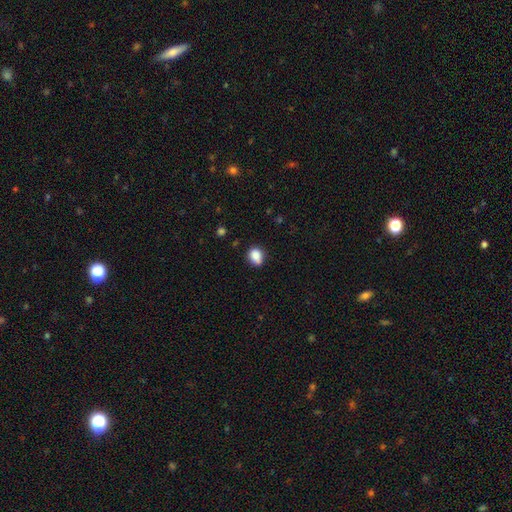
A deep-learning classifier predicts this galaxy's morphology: Smooth or featured?
  - smooth: 85% *
  - star or artifact: 9%
  - featured or disk: 6%
How rounded?
  - in between: 53% *
  - round: 46%
  - cigar-shaped: 1%
Merging?
  - none: 66% *
  - minor disturbance: 24%
  - major disturbance: 5%
  - merger: 5%